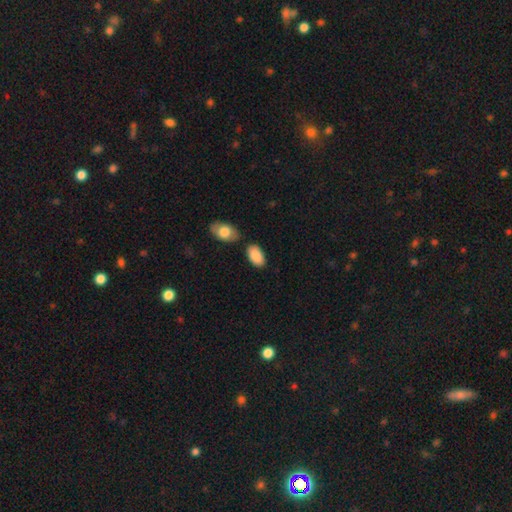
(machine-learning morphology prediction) Overall: smooth (88%). How rounded: in between (95%). Merging: none (75%).